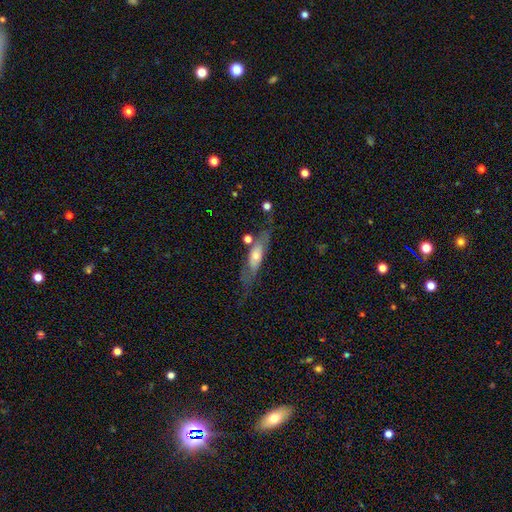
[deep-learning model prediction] A featured or disk galaxy (52%) viewed edge-on (54%). Merging: none (57%).